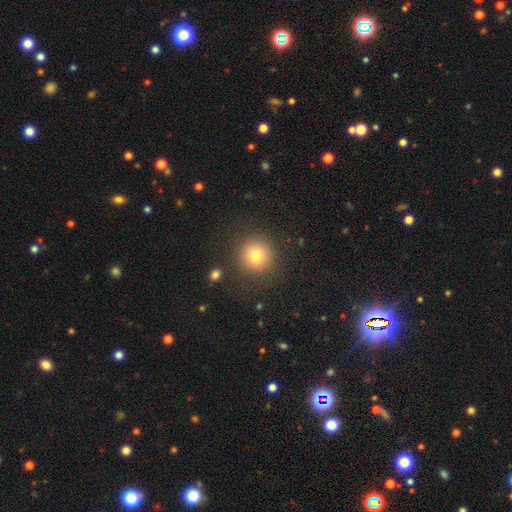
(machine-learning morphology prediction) type=smooth (77%); roundness=round (94%); merging=none (88%).